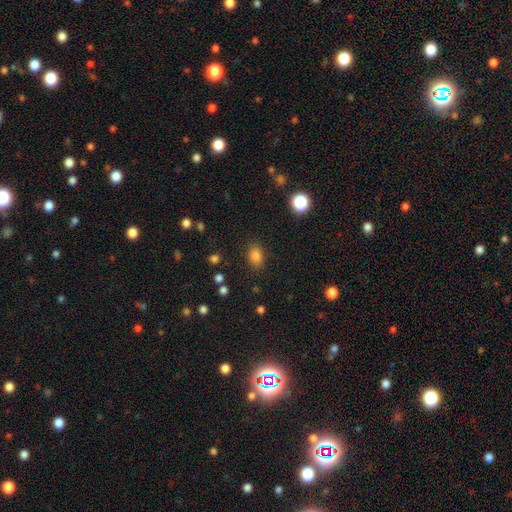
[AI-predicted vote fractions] Q: Smooth or featured?
A: smooth (83%); runner-up: star or artifact (12%)
Q: How rounded?
A: in between (80%); runner-up: round (19%)
Q: Merging?
A: none (84%); runner-up: minor disturbance (10%)